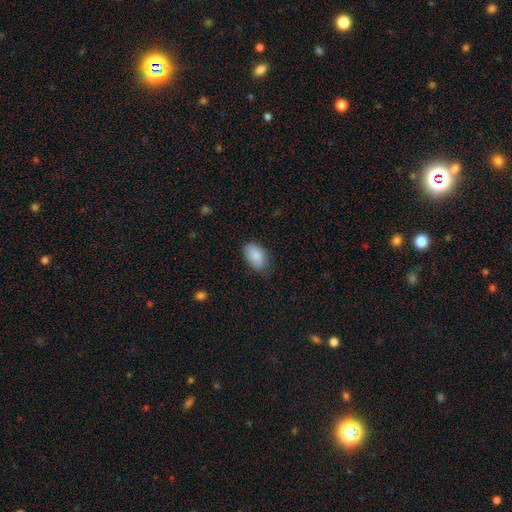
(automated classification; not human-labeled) smooth_or_featured: smooth (p=0.84) [alt: featured or disk p=0.09]
how_rounded: in between (p=0.90) [alt: round p=0.09]
merging: none (p=0.69) [alt: minor disturbance p=0.25]